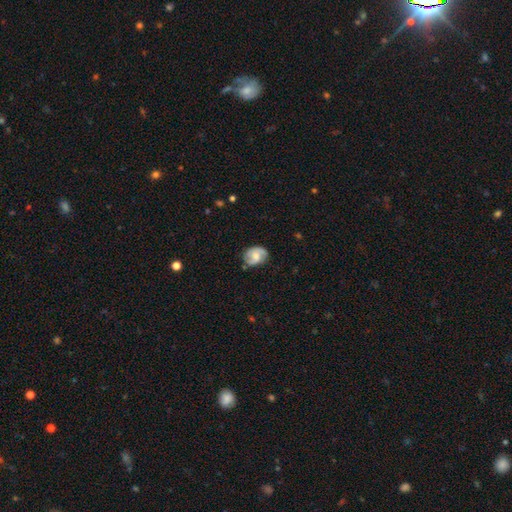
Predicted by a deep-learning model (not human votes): This appears to be a featured or disk galaxy (60%) with no bar (55%), 2 (82%) medium (46%) spiral arms (90%) and a moderate central bulge (53%). Merging: none (72%).